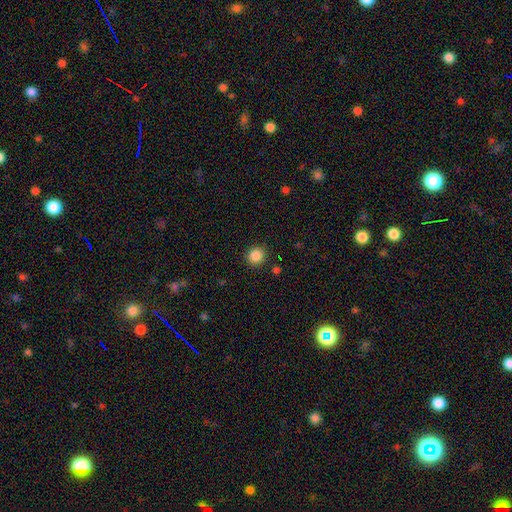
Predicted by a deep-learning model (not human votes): This is clearly a smooth galaxy (87%). How rounded: clearly round (89%). Merging: clearly none (90%).